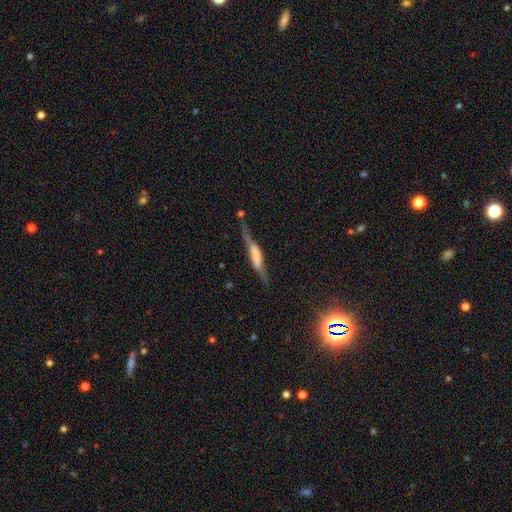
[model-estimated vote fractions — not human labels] Overall: featured or disk (62%; smooth 31%). Edge-on disk: yes (86%). Edge-on bulge: boxy (62%). Merging: none (57%; minor disturbance 24%).